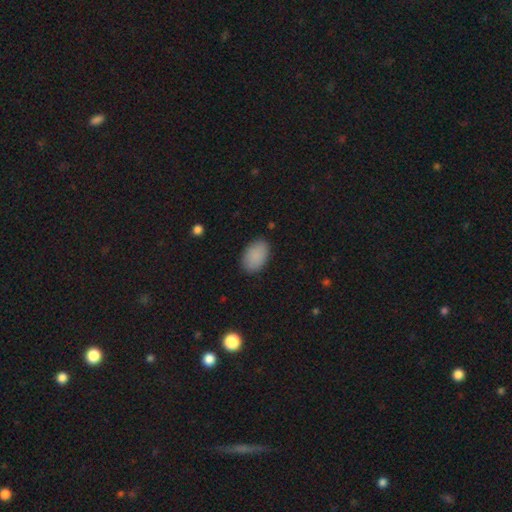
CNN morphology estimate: Smooth or featured? Predicted: smooth (p=0.89). How rounded? Predicted: in between (p=0.91). Merging? Predicted: none (p=0.86).